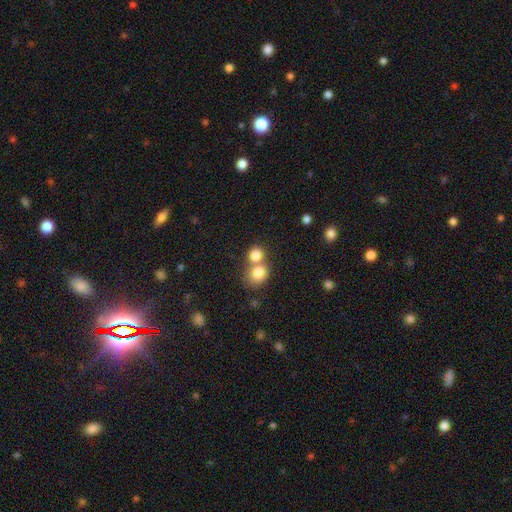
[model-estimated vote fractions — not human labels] This is clearly a smooth galaxy (81%). How rounded: likely round (78%). Merging: possibly merger (53%).